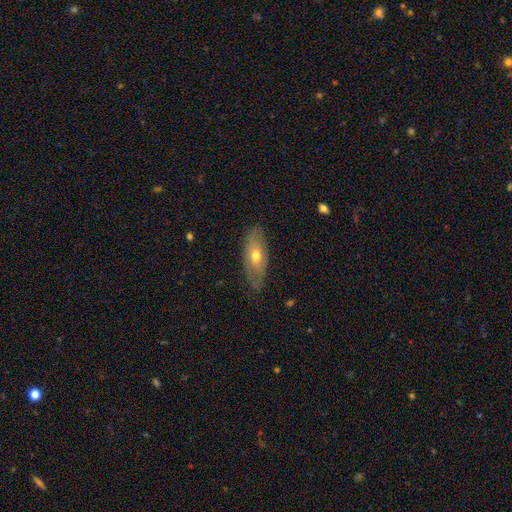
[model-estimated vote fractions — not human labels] smooth_or_featured: featured or disk (p=0.47) [alt: smooth p=0.45]
merging: none (p=0.79) [alt: minor disturbance p=0.17]